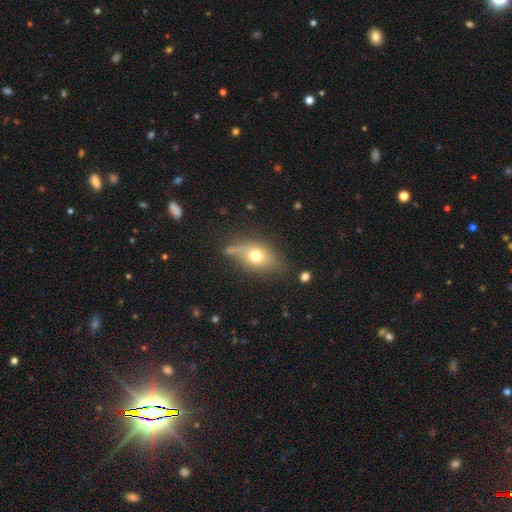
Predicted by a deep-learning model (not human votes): Q: Smooth or featured?
A: smooth (66%); runner-up: featured or disk (22%)
Q: How rounded?
A: in between (68%); runner-up: round (27%)
Q: Merging?
A: none (56%); runner-up: minor disturbance (22%)